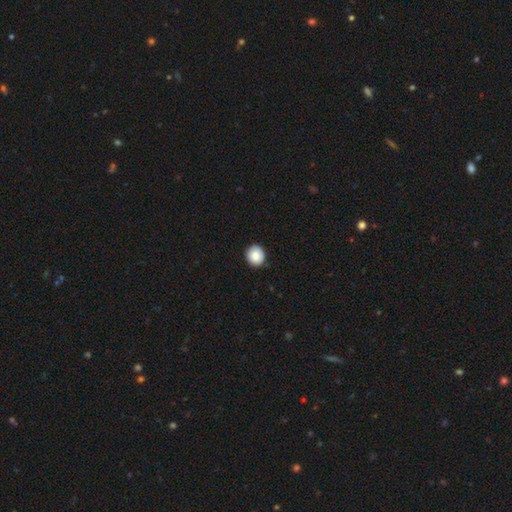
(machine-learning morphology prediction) Q: Smooth or featured?
A: smooth (85%); runner-up: star or artifact (8%)
Q: How rounded?
A: round (87%); runner-up: in between (12%)
Q: Merging?
A: none (90%); runner-up: minor disturbance (8%)